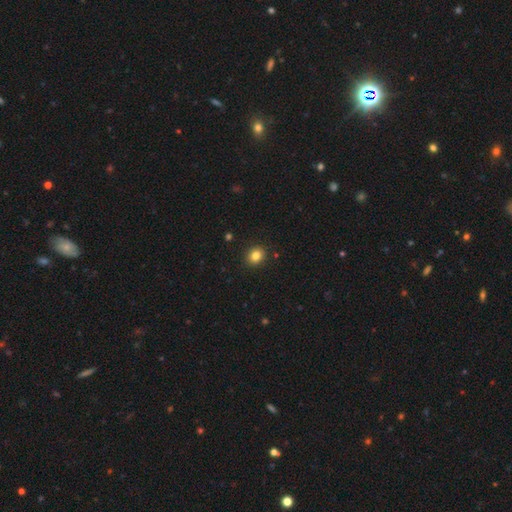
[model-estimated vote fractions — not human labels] This appears to be a smooth galaxy with no disk features (83%) that is round (75%). Merging: none (91%).